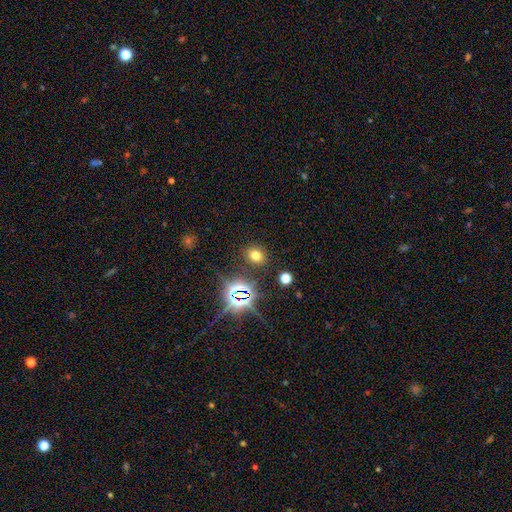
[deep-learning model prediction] Smooth or featured? smooth (63%)
How rounded? round (56%)
Merging? none (86%)